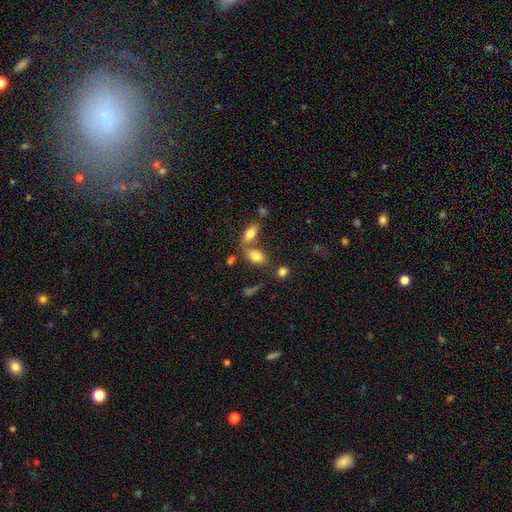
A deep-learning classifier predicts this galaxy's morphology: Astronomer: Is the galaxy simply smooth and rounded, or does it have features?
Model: smooth — 78%.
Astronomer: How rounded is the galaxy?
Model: in between — 86%.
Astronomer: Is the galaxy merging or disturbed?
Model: none — 48% (runner-up: merger, 36%).